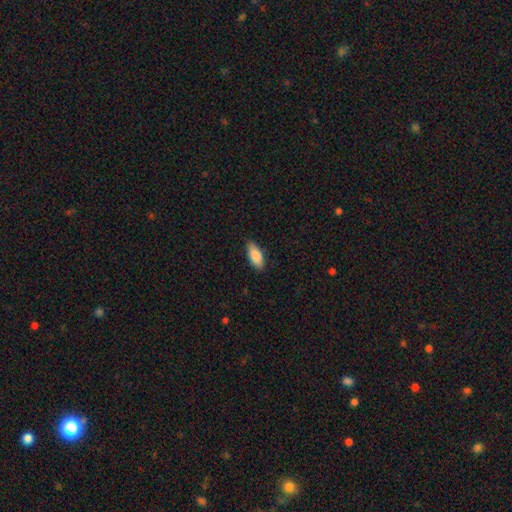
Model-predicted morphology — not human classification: The model was most divided on "how rounded": in between: 83%, cigar-shaped: 15%, round: 2%. More confident: smooth or featured — smooth (86%); merging — none (84%).